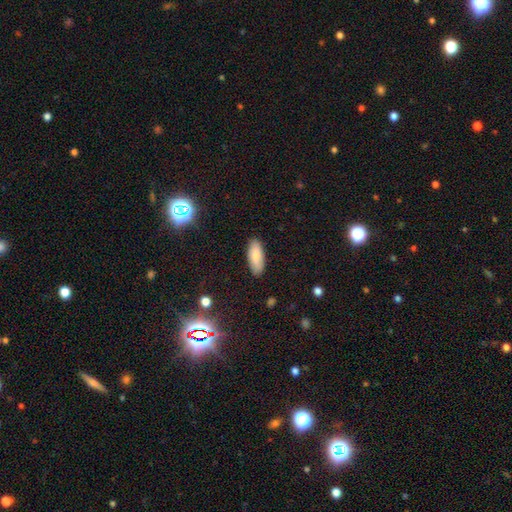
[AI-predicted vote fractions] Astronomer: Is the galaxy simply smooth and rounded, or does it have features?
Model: smooth — 81%.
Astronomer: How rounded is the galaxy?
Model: in between — 82%.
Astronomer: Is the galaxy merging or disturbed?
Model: none — 87%.